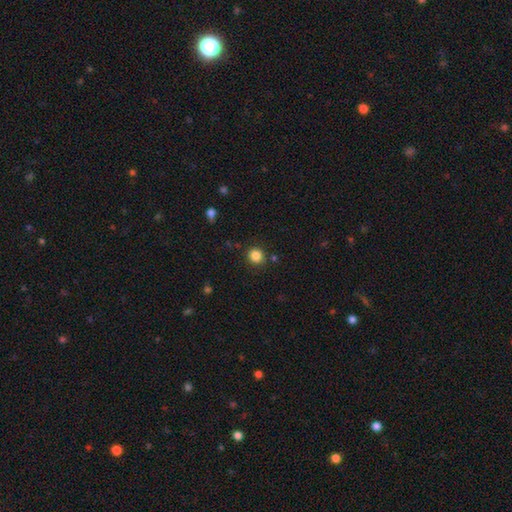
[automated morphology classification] A smooth galaxy with no disk features (84%) that is round (89%).

Vote fractions:
- Smooth or featured? smooth: 84% / star or artifact: 12% / featured or disk: 4%
- How rounded? round: 89% / in between: 11% / cigar-shaped: 1%
- Merging? none: 87% / minor disturbance: 8% / merger: 3% / major disturbance: 3%